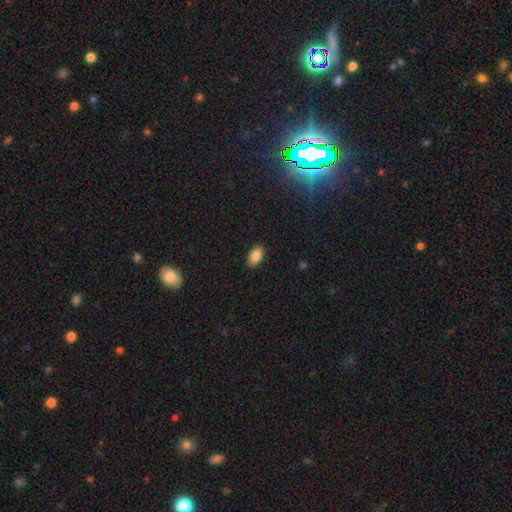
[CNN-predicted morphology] Smooth or featured?
  - smooth: 87% *
  - star or artifact: 8%
  - featured or disk: 5%
How rounded?
  - in between: 93% *
  - round: 5%
  - cigar-shaped: 2%
Merging?
  - none: 89% *
  - minor disturbance: 8%
  - major disturbance: 2%
  - merger: 1%